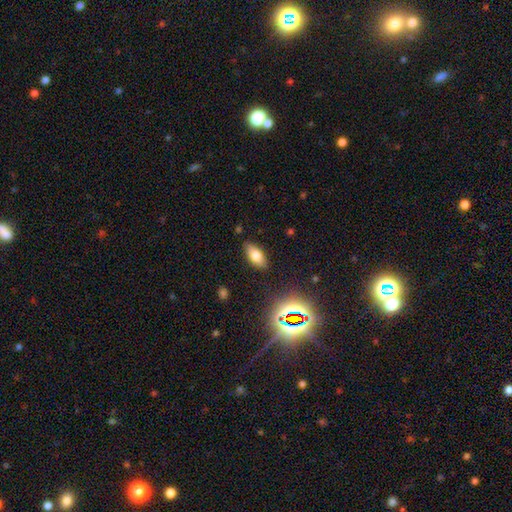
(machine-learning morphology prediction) A smooth galaxy with no disk features (71%) that is in between round and cigar-shaped (86%). Merging: none (86%).